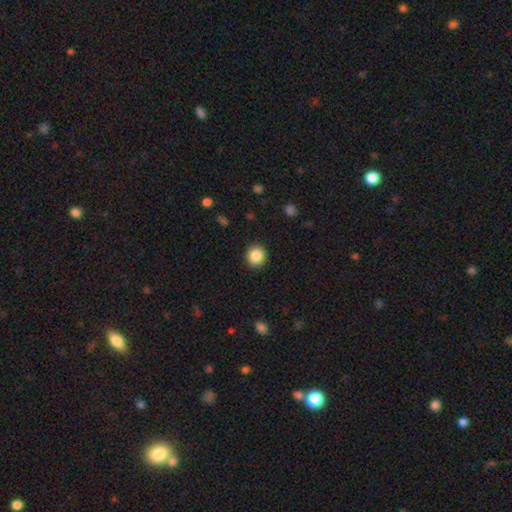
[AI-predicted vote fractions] Smooth or featured?
  - smooth: 86% *
  - star or artifact: 9%
  - featured or disk: 4%
How rounded?
  - round: 93% *
  - in between: 6%
  - cigar-shaped: 1%
Merging?
  - none: 92% *
  - minor disturbance: 5%
  - major disturbance: 2%
  - merger: 1%